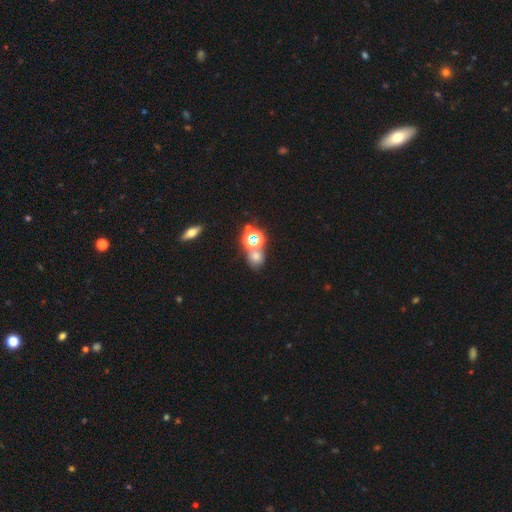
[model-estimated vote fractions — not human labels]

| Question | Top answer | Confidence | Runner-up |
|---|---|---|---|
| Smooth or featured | smooth | 58% | star or artifact (33%) |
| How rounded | round | 72% | in between (26%) |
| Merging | none | 58% | merger (29%) |